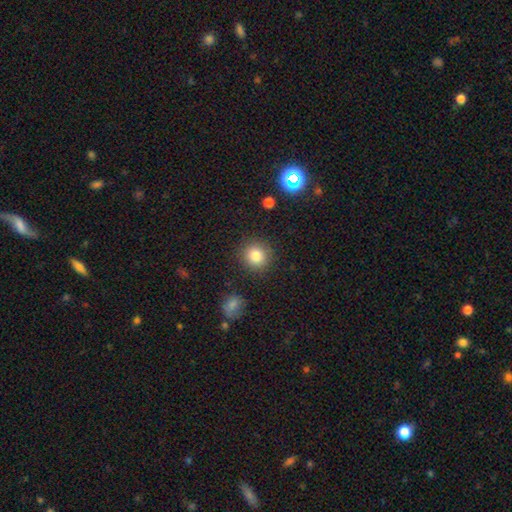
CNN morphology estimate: Smooth or featured? smooth (82%)
How rounded? round (89%)
Merging? none (87%)